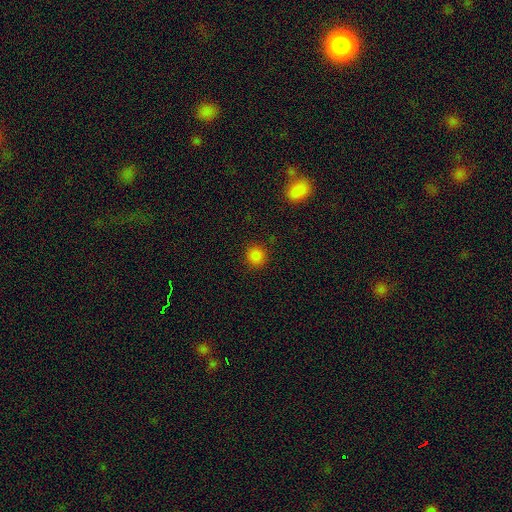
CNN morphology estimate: type=smooth (84%); roundness=round (92%); merging=none (91%).